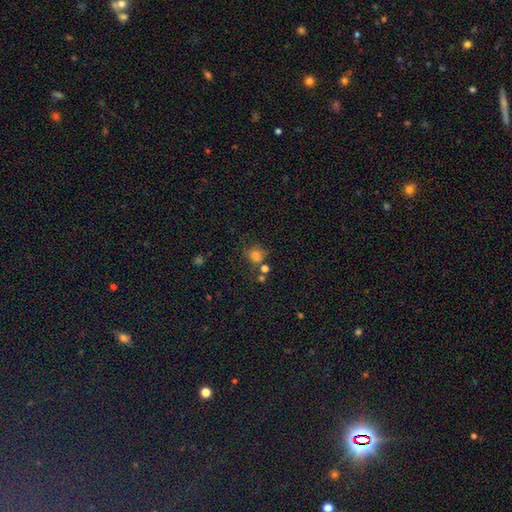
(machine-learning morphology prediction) Smooth or featured? smooth (73%)
How rounded? round (77%)
Merging? none (58%)